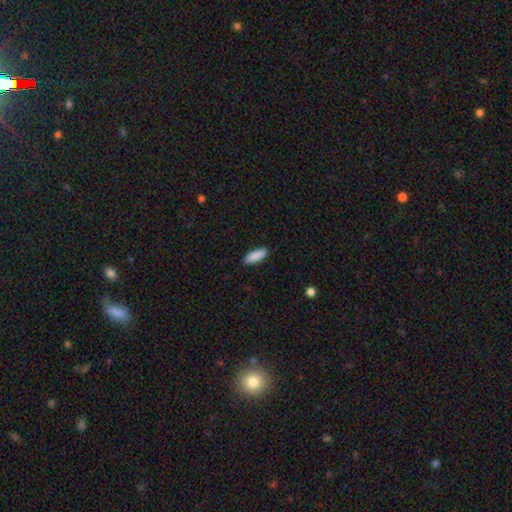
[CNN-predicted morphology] type=smooth (90%); roundness=in between (60%); merging=none (89%).